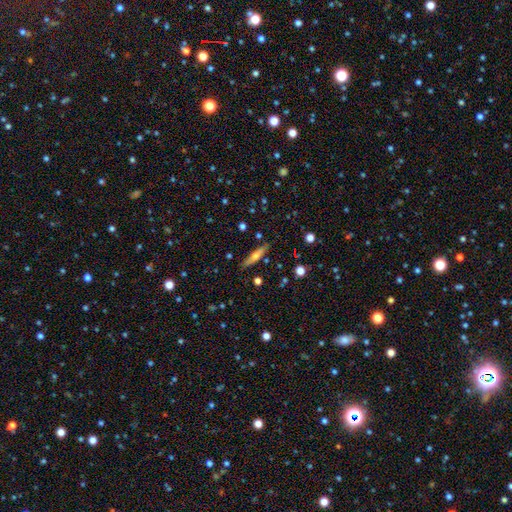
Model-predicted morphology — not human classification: smooth 49%, featured or disk 44%, star or artifact 8%. Down the decision tree: merging — none (85%).